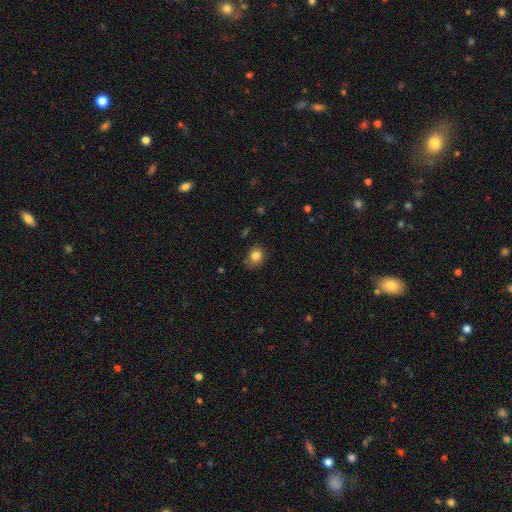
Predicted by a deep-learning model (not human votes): Smooth or featured?
  - smooth: 82% *
  - star or artifact: 11%
  - featured or disk: 7%
How rounded?
  - round: 65% *
  - in between: 35%
  - cigar-shaped: 1%
Merging?
  - none: 74% *
  - minor disturbance: 20%
  - major disturbance: 4%
  - merger: 1%